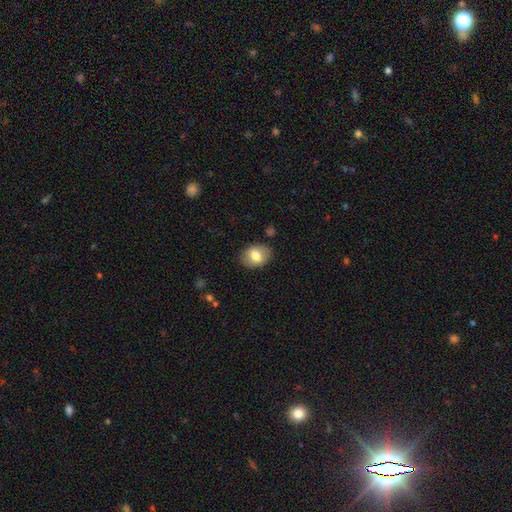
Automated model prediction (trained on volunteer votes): A smooth galaxy with no disk features (74%) that is in between round and cigar-shaped (72%). Merging: none (85%).